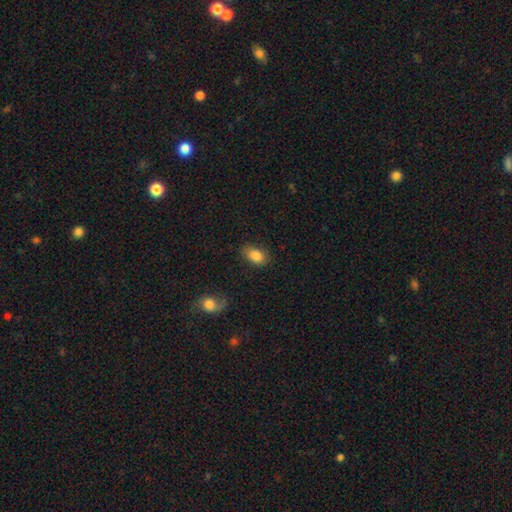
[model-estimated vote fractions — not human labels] The model was most divided on "merging": none: 79%, minor disturbance: 15%, major disturbance: 4%, merger: 2%. More confident: how rounded — in between (87%); smooth or featured — smooth (85%).